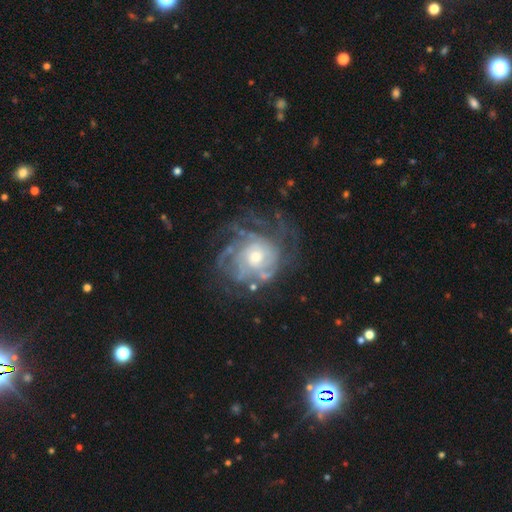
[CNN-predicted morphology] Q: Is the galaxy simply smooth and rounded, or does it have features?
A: featured or disk — 82%.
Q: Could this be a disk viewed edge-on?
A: no — 97%.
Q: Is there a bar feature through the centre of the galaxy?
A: no — 78%.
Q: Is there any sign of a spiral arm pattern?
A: yes — 86%.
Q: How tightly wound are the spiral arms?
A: tight — 62%.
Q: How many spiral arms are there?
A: can't tell — 49%.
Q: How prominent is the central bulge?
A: moderate — 58%.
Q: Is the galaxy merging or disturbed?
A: none — 59%.